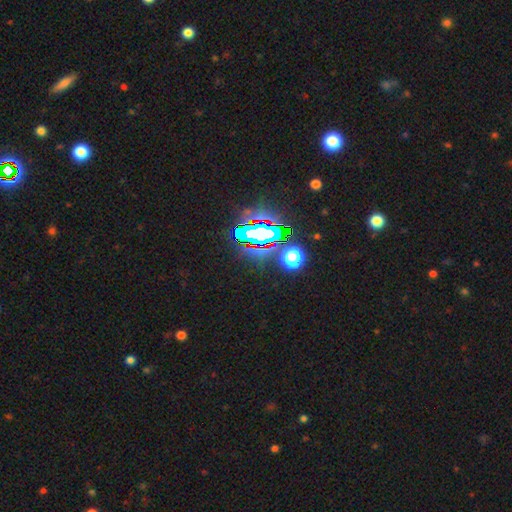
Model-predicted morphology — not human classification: smooth_or_featured: star or artifact (p=0.82) [alt: smooth p=0.10]